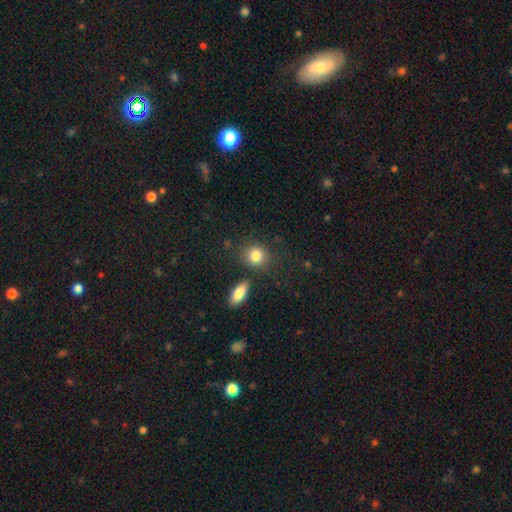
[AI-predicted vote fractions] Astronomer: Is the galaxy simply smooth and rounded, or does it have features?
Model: smooth — 84%.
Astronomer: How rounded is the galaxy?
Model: round — 70%.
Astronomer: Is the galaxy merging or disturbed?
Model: none — 77%.